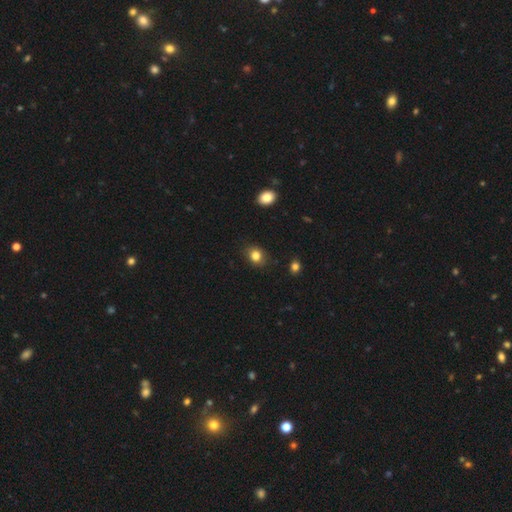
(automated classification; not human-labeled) Smooth or featured?
  - smooth: 83% *
  - star or artifact: 11%
  - featured or disk: 6%
How rounded?
  - round: 57% *
  - in between: 42%
  - cigar-shaped: 1%
Merging?
  - none: 83% *
  - minor disturbance: 13%
  - major disturbance: 3%
  - merger: 1%